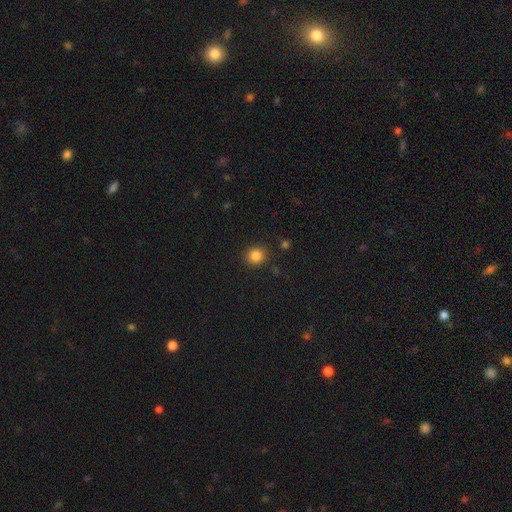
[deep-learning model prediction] Q: Smooth or featured?
A: smooth (84%); runner-up: star or artifact (11%)
Q: How rounded?
A: round (83%); runner-up: in between (16%)
Q: Merging?
A: none (88%); runner-up: minor disturbance (7%)